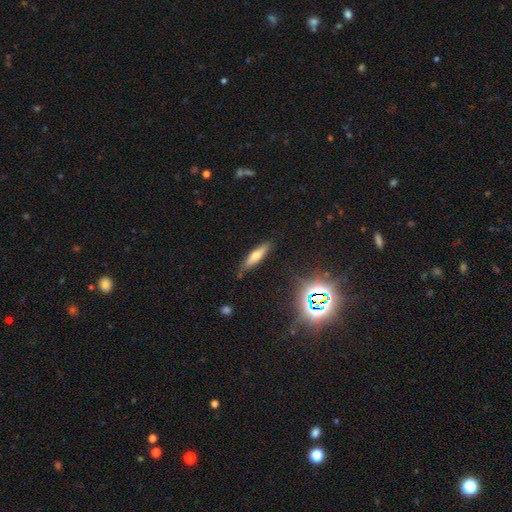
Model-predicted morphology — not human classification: smooth_or_featured: smooth (p=0.48) [alt: featured or disk p=0.41]
merging: none (p=0.83) [alt: minor disturbance p=0.12]